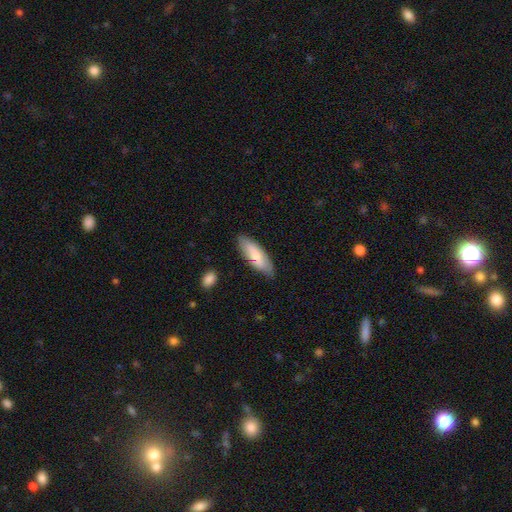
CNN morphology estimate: Smooth or featured: smooth — 73% (featured or disk — 21%)
How rounded: in between — 60% (cigar-shaped — 38%)
Merging: none — 80% (minor disturbance — 15%)